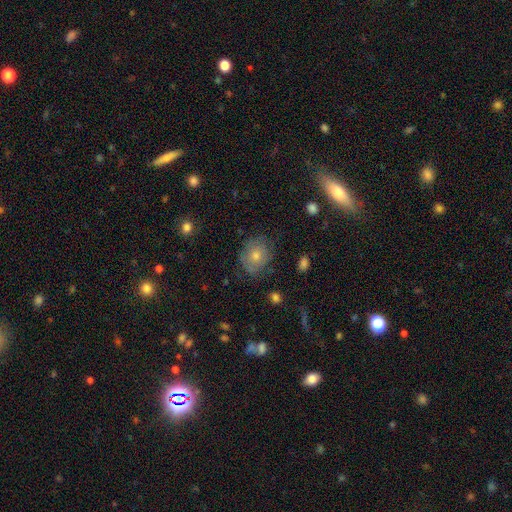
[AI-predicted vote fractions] The model was most divided on "smooth or featured": smooth: 44%, featured or disk: 38%, star or artifact: 18%. More confident: merging — none (77%).